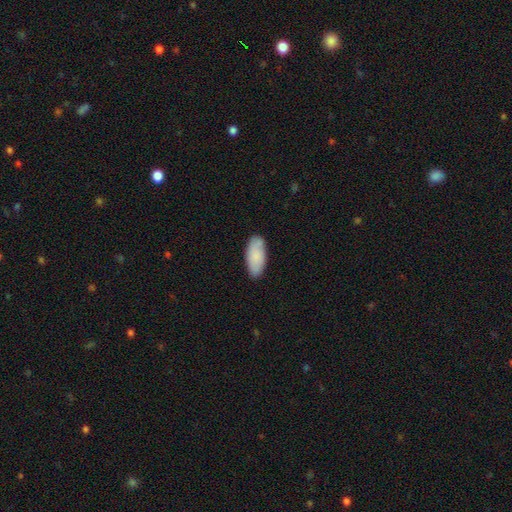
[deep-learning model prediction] A smooth galaxy with no disk features (85%) that is in between round and cigar-shaped (89%). Merging: none (80%).